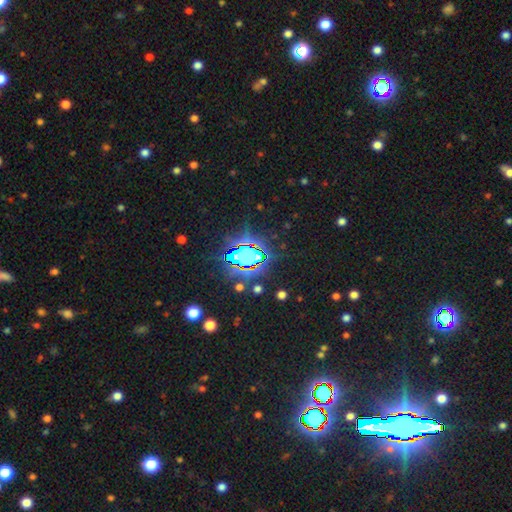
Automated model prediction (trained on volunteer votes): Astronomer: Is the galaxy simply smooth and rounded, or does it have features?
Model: star or artifact — 80%.